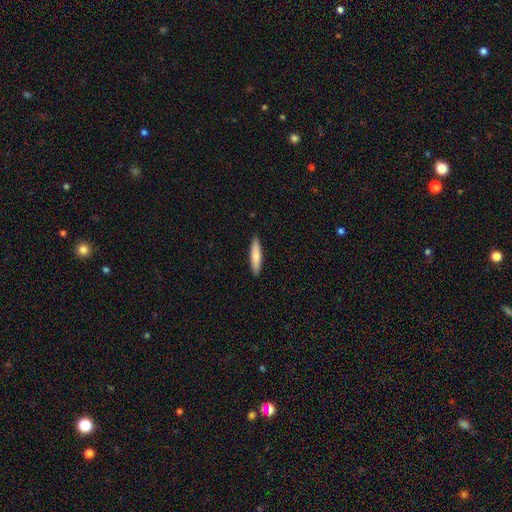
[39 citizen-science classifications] smooth-or-featured: smooth: 72% | featured or disk: 23% | star or artifact: 5%
  how-rounded: cigar-shaped: 89% | in between: 11% | round: 0%
  merging: none: 92% | major disturbance: 5% | minor disturbance: 3% | merger: 0%